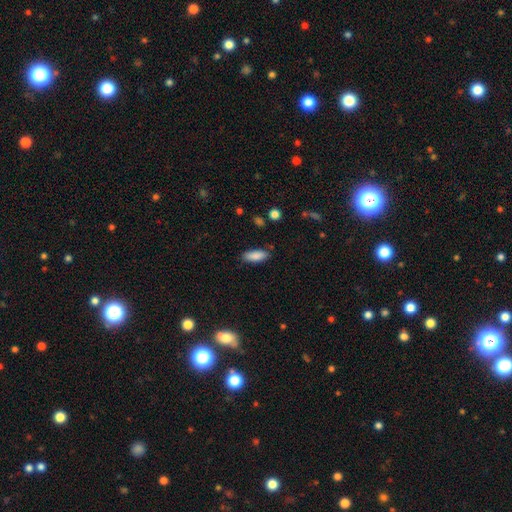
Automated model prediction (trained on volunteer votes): Q: Smooth or featured?
A: smooth (87%); runner-up: star or artifact (7%)
Q: How rounded?
A: in between (72%); runner-up: cigar-shaped (26%)
Q: Merging?
A: none (84%); runner-up: minor disturbance (12%)